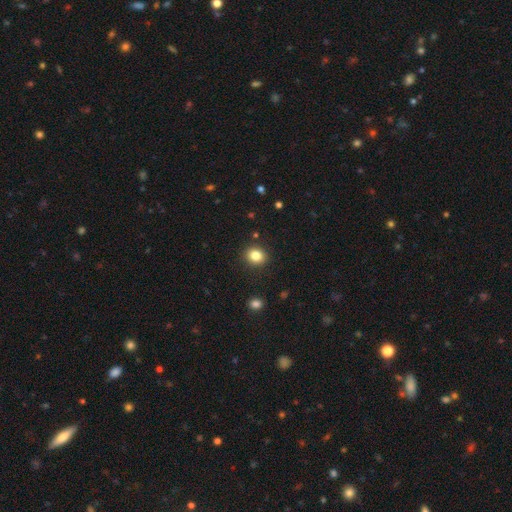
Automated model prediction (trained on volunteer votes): This appears to be a smooth galaxy with no disk features (84%) that is round (74%). Merging: none (90%).